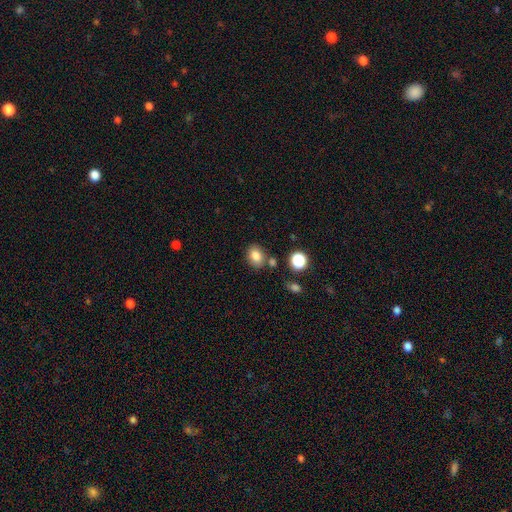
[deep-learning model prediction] smooth-or-featured: smooth: 82% | star or artifact: 11% | featured or disk: 7%
  how-rounded: in between: 60% | round: 39% | cigar-shaped: 1%
  merging: none: 75% | minor disturbance: 13% | merger: 9% | major disturbance: 4%